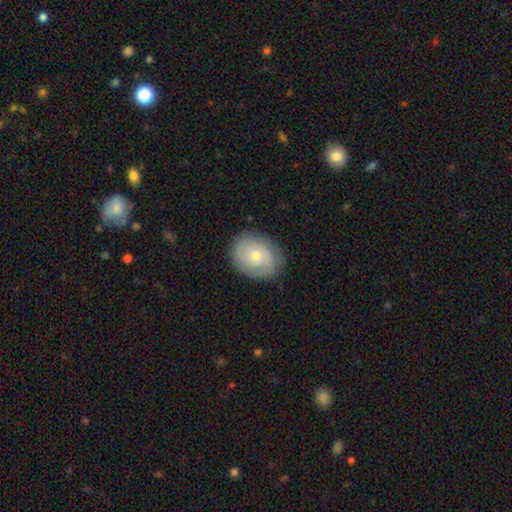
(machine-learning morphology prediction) This is possibly a smooth galaxy (52%). How rounded: possibly in between (54%). Merging: clearly none (83%).